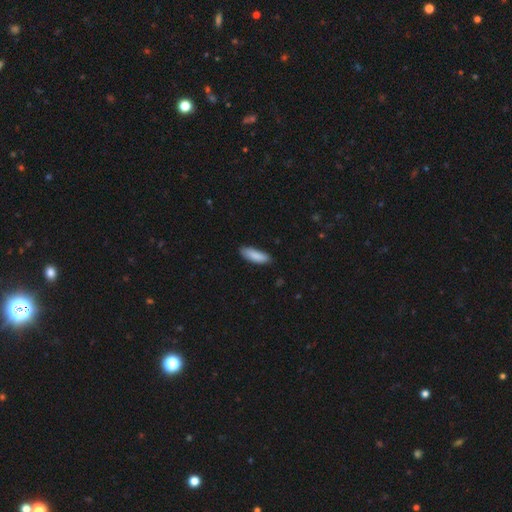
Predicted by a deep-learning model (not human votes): Overall: smooth (88%). How rounded: in between (55%; cigar-shaped 44%). Merging: none (83%).